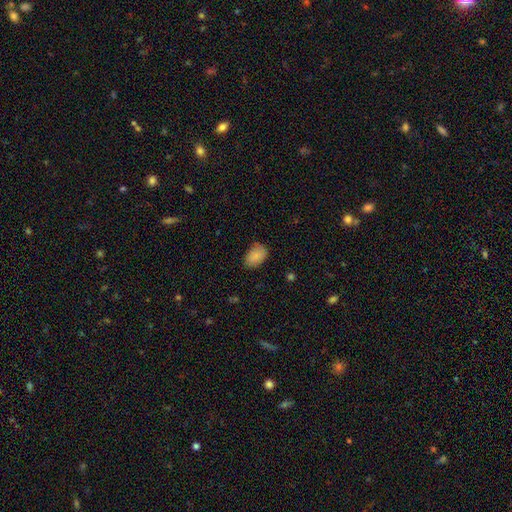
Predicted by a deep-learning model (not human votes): Overall: smooth (86%). How rounded: in between (87%). Merging: none (76%).